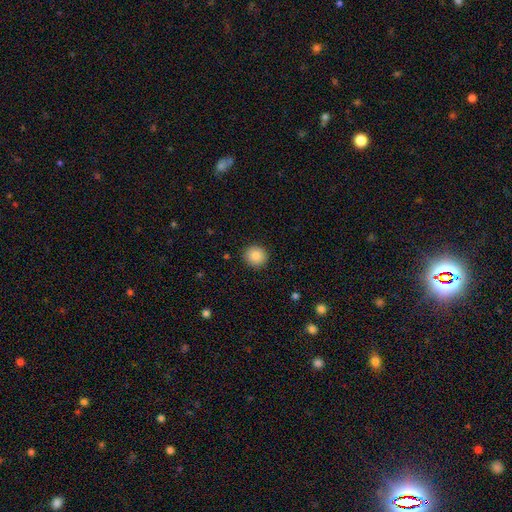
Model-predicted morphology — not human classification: A smooth galaxy with no disk features (86%) that is round (93%).

Vote fractions:
- Smooth or featured? smooth: 86% / star or artifact: 9% / featured or disk: 5%
- How rounded? round: 93% / in between: 6% / cigar-shaped: 1%
- Merging? none: 91% / minor disturbance: 6% / major disturbance: 2% / merger: 1%